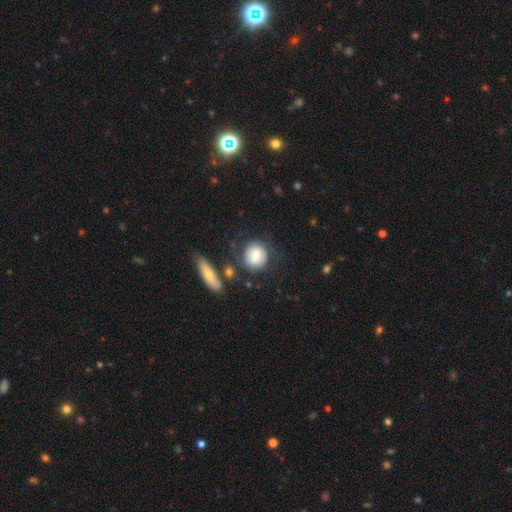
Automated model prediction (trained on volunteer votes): Smooth or featured?
  - smooth: 67% *
  - featured or disk: 26%
  - star or artifact: 7%
How rounded?
  - round: 83% *
  - in between: 16%
  - cigar-shaped: 1%
Merging?
  - none: 62% *
  - minor disturbance: 17%
  - major disturbance: 11%
  - merger: 9%